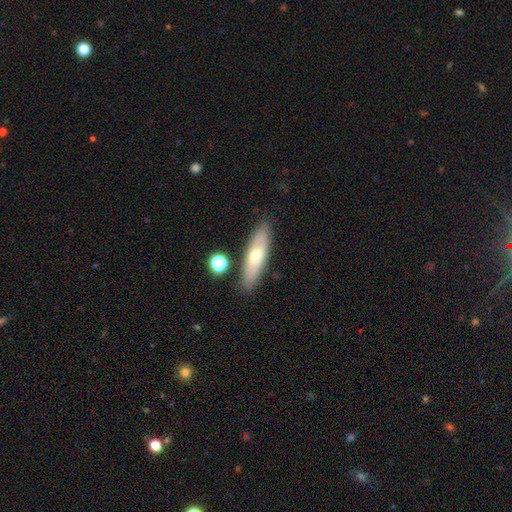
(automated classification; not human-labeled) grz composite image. It shows a smooth galaxy with no disk features (54%) that is cigar-shaped (62%). Merging: none (84%).